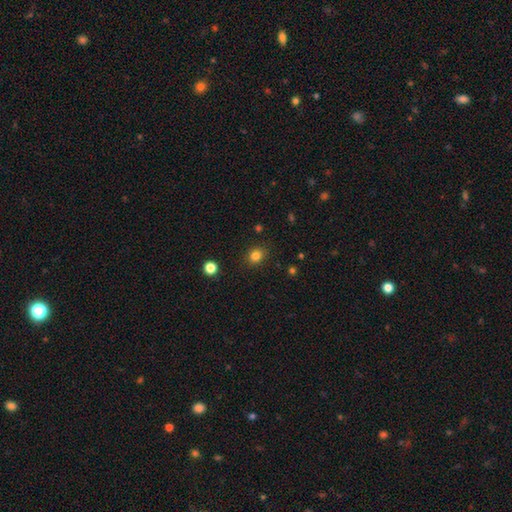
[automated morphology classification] This is clearly a smooth galaxy (82%). How rounded: likely round (71%). Merging: clearly none (87%).